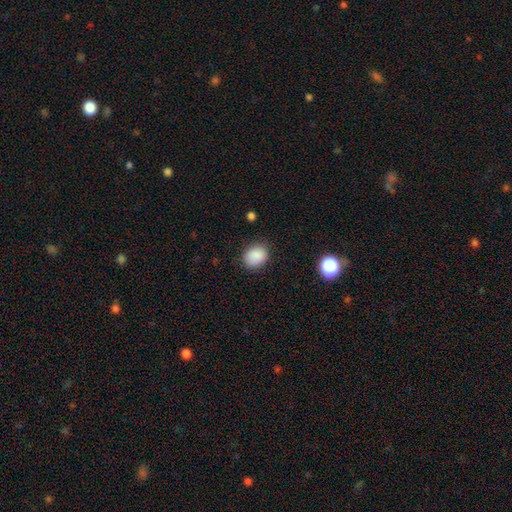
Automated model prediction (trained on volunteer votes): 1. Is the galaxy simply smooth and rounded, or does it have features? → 88% smooth, 9% star or artifact, 3% featured or disk.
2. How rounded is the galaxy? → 55% round, 45% in between, 1% cigar-shaped.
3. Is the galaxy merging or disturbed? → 84% none, 11% minor disturbance, 3% major disturbance, 1% merger.